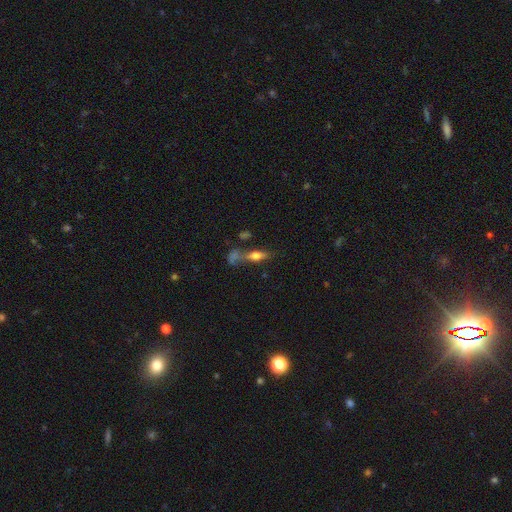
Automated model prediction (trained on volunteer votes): Q: Smooth or featured?
A: smooth (53%); runner-up: featured or disk (36%)
Q: How rounded?
A: in between (48%); runner-up: cigar-shaped (47%)
Q: Merging?
A: none (49%); runner-up: merger (25%)